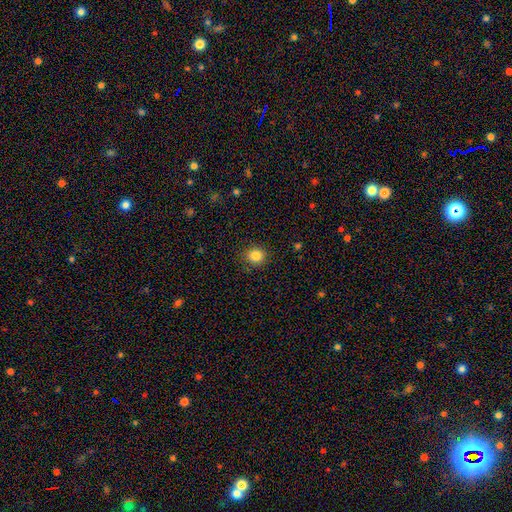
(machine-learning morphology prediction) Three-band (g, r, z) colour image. It shows a smooth galaxy with no disk features (84%) that is round (85%). Merging: none (90%).